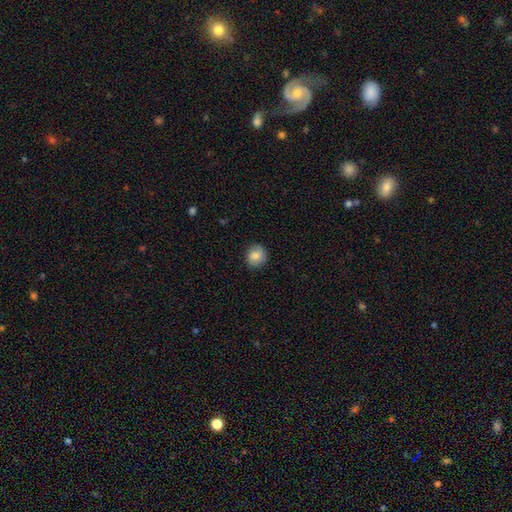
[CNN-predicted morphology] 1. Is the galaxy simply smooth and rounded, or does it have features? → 81% smooth, 11% featured or disk, 8% star or artifact.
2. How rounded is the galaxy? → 85% round, 14% in between, 1% cigar-shaped.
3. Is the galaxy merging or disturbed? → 85% none, 12% minor disturbance, 2% major disturbance, 1% merger.